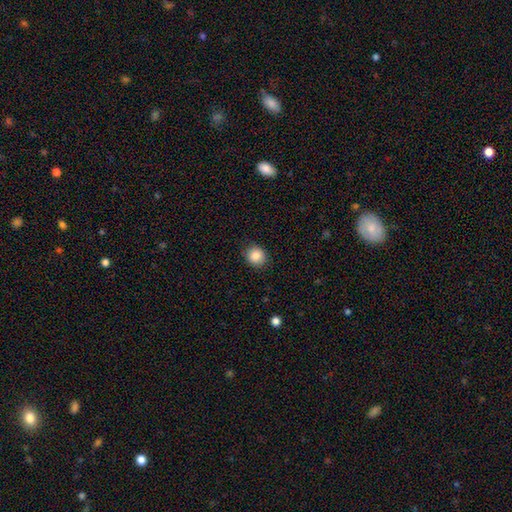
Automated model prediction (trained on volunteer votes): This appears to be a smooth galaxy with no disk features (87%) that is round (80%). Merging: none (87%).